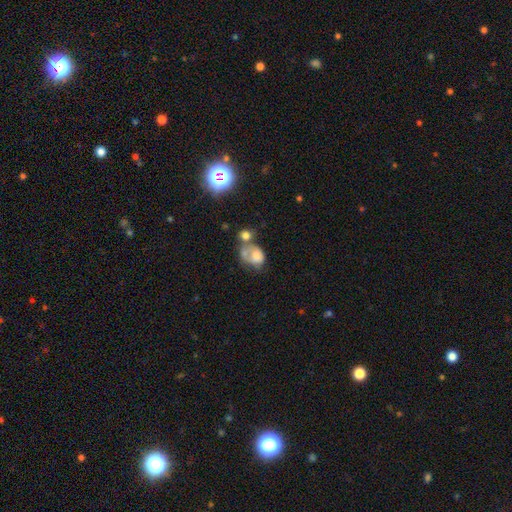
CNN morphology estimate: smooth-or-featured: smooth: 62% | featured or disk: 27% | star or artifact: 11%
  how-rounded: in between: 57% | round: 42% | cigar-shaped: 1%
  merging: merger: 42% | major disturbance: 21% | none: 21% | minor disturbance: 16%